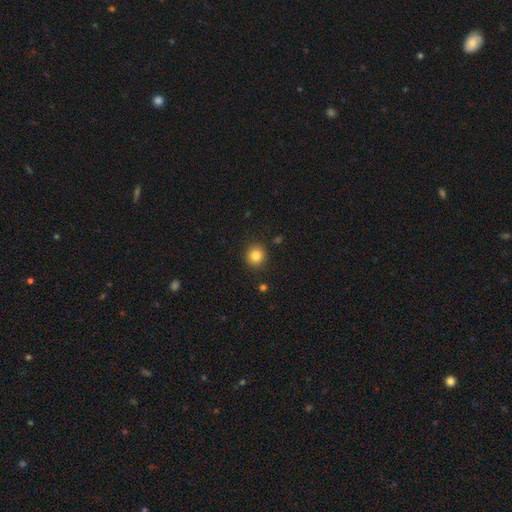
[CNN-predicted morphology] Smooth or featured? smooth (83%)
How rounded? round (91%)
Merging? none (90%)